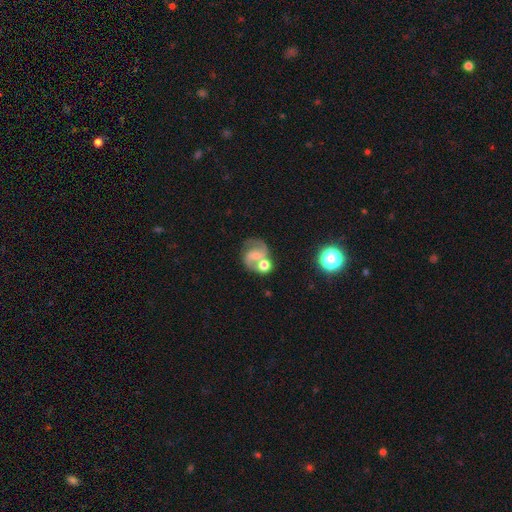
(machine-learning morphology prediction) Smooth or featured? featured or disk (74%)
Edge-on disk? no (98%)
Bar? weak (43%)
Spiral arms? yes (92%)
Spiral winding? medium (55%)
Spiral arm count? 2 (87%)
Bulge size? small (45%)
Merging? none (48%)